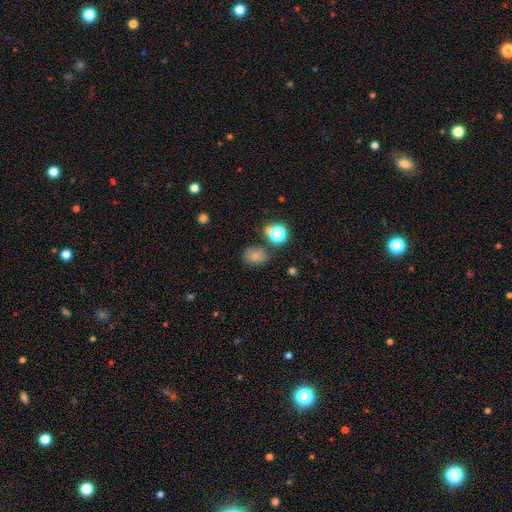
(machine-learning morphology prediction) Q: Smooth or featured?
A: smooth (74%); runner-up: star or artifact (19%)
Q: How rounded?
A: in between (50%); runner-up: round (49%)
Q: Merging?
A: none (73%); runner-up: minor disturbance (15%)